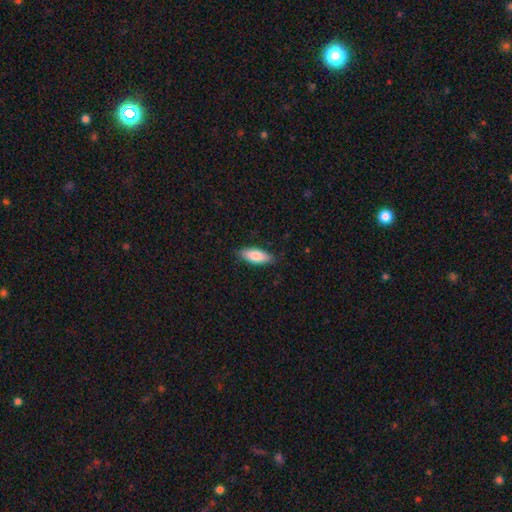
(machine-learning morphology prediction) smooth-or-featured: smooth: 82% | featured or disk: 12% | star or artifact: 6%
  how-rounded: in between: 75% | cigar-shaped: 23% | round: 2%
  merging: none: 84% | minor disturbance: 12% | major disturbance: 2% | merger: 1%